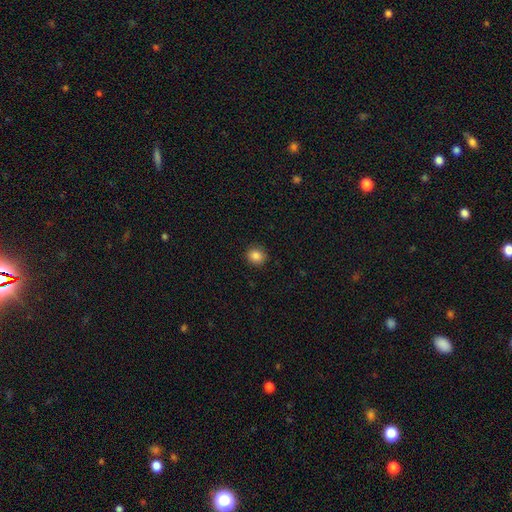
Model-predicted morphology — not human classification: Overall: smooth (85%). How rounded: round (82%). Merging: none (90%).